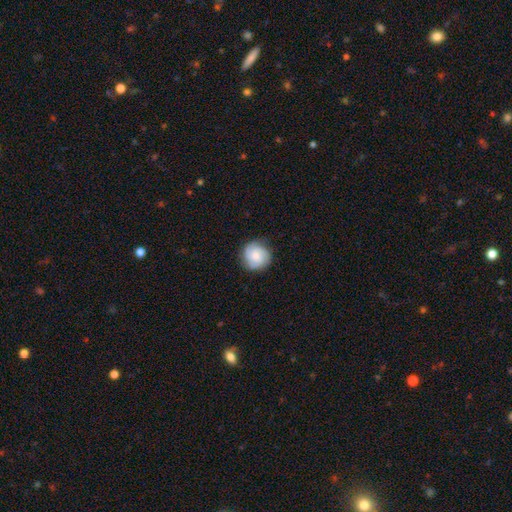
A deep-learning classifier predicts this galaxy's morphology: This appears to be a featured or disk galaxy (52%) with no bar (73%), spiral arms (92%) and a small central bulge (51%). Merging: none (83%).